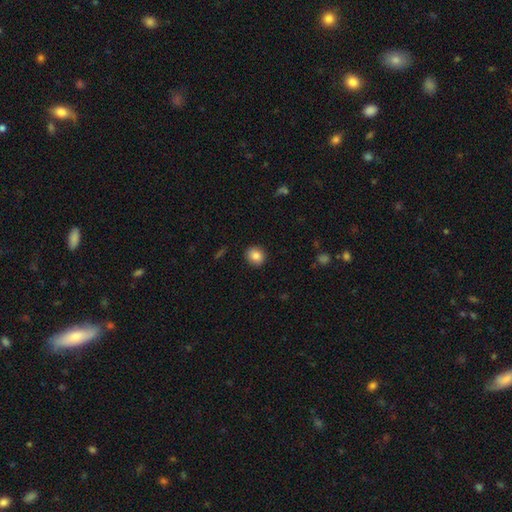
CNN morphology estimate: A smooth galaxy with no disk features (86%) that is round (80%).

Vote fractions:
- Smooth or featured? smooth: 86% / star or artifact: 9% / featured or disk: 6%
- How rounded? round: 80% / in between: 19% / cigar-shaped: 1%
- Merging? none: 90% / minor disturbance: 7% / major disturbance: 2% / merger: 1%